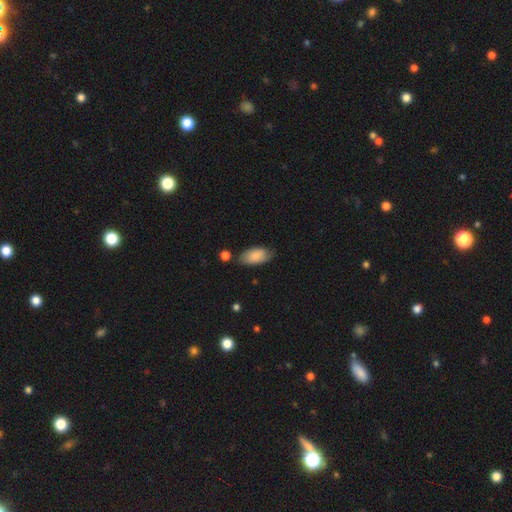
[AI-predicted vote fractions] Smooth or featured?
  - smooth: 81% *
  - featured or disk: 12%
  - star or artifact: 6%
How rounded?
  - in between: 93% *
  - cigar-shaped: 5%
  - round: 2%
Merging?
  - none: 70% *
  - minor disturbance: 21%
  - major disturbance: 4%
  - merger: 4%